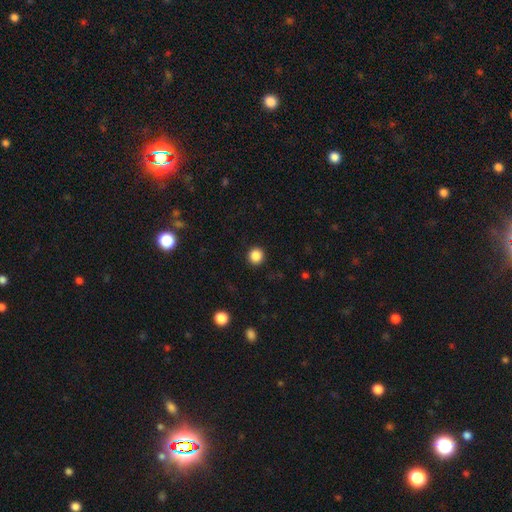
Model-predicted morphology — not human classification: Q: Smooth or featured?
A: smooth (87%); runner-up: star or artifact (11%)
Q: How rounded?
A: round (94%); runner-up: in between (5%)
Q: Merging?
A: none (92%); runner-up: minor disturbance (5%)